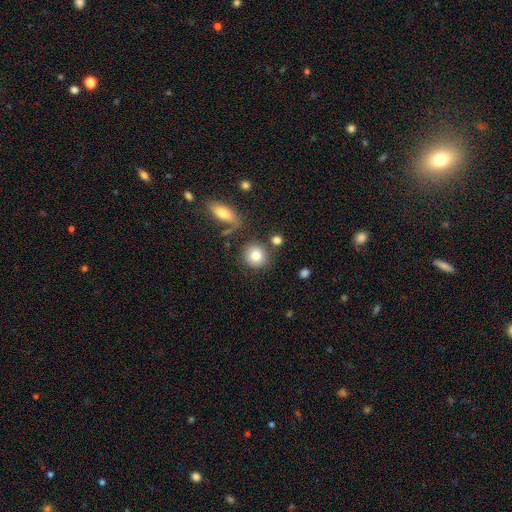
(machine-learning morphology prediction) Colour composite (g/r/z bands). It shows a smooth galaxy with no disk features (81%) that is round (87%). Merging: none (78%).